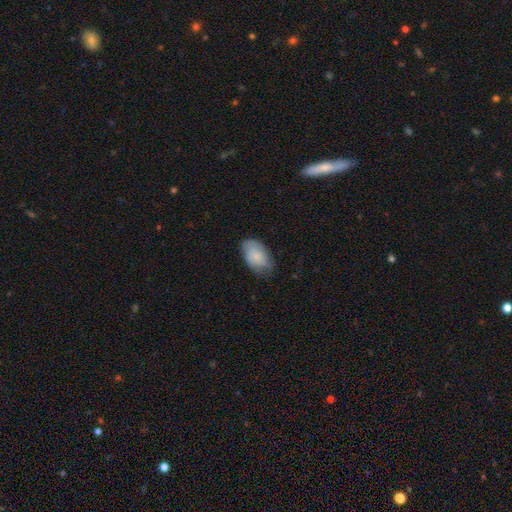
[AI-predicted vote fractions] Q: Smooth or featured?
A: smooth (79%); runner-up: featured or disk (15%)
Q: How rounded?
A: in between (92%); runner-up: round (6%)
Q: Merging?
A: none (63%); runner-up: minor disturbance (29%)